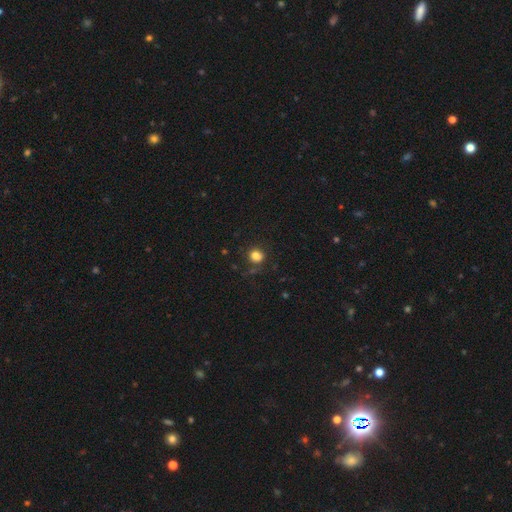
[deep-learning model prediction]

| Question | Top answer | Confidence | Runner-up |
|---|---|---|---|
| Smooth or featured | smooth | 81% | star or artifact (13%) |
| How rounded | round | 79% | in between (20%) |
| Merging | none | 79% | minor disturbance (13%) |